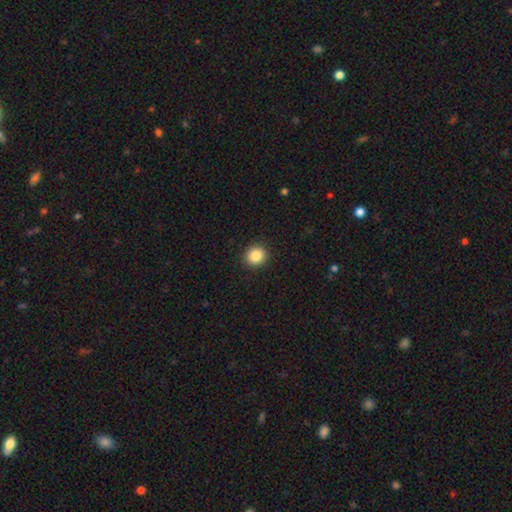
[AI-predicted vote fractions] Smooth or featured? Predicted: smooth (p=0.85). How rounded? Predicted: round (p=0.88). Merging? Predicted: none (p=0.92).